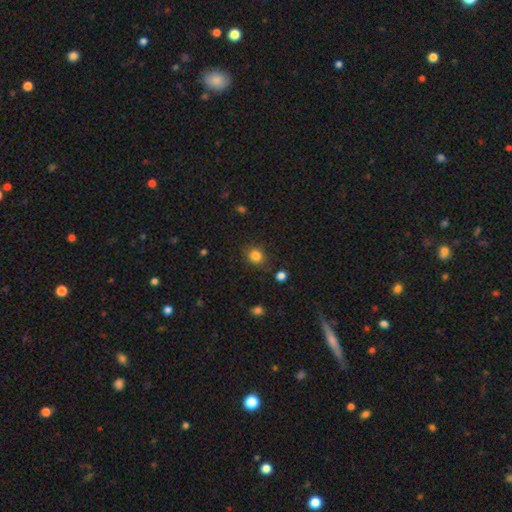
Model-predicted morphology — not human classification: A smooth galaxy with no disk features (83%) that is round (75%).

Vote fractions:
- Smooth or featured? smooth: 83% / star or artifact: 12% / featured or disk: 5%
- How rounded? round: 75% / in between: 24% / cigar-shaped: 1%
- Merging? none: 84% / minor disturbance: 11% / major disturbance: 3% / merger: 2%